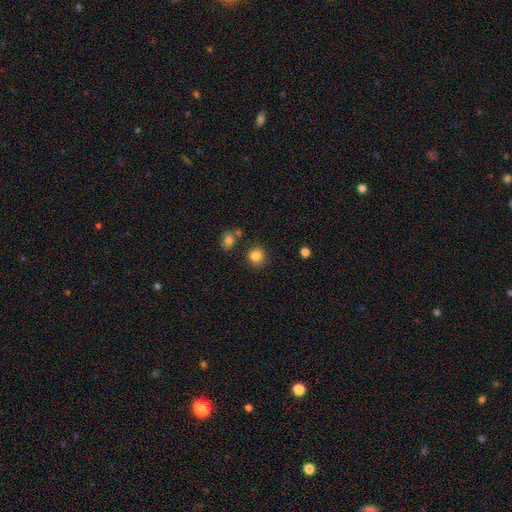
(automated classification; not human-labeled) smooth 85%, star or artifact 11%, featured or disk 4%. Down the decision tree: how rounded — round (85%); merging — none (80%).